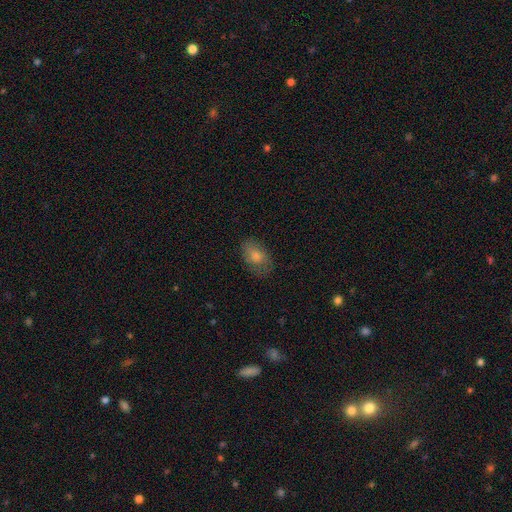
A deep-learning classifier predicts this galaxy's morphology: Overall: smooth (68%). How rounded: in between (86%). Merging: none (78%).